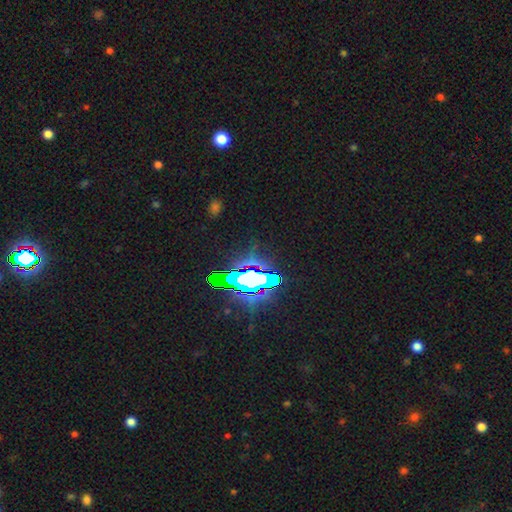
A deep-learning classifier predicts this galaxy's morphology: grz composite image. It shows a star or artifact, not a galaxy (81%).